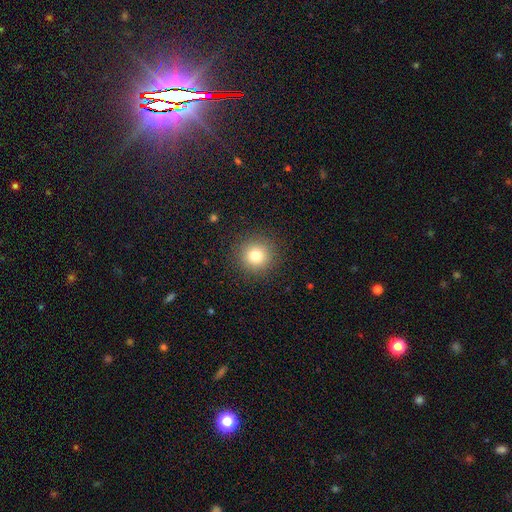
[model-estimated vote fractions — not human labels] A smooth galaxy with no disk features (80%) that is round (94%). Merging: none (90%).